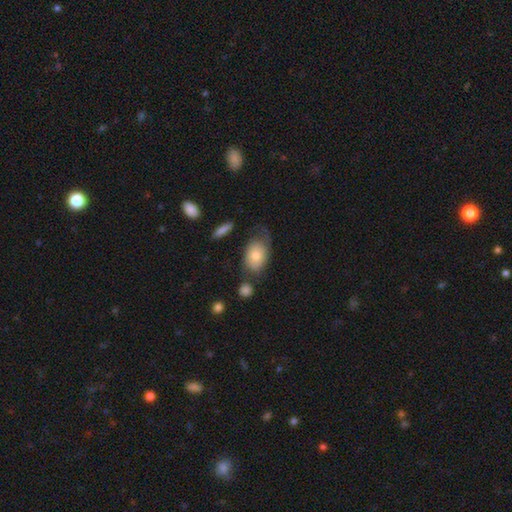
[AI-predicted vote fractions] Q: Smooth or featured?
A: smooth (69%); runner-up: featured or disk (24%)
Q: How rounded?
A: in between (82%); runner-up: round (16%)
Q: Merging?
A: none (41%); runner-up: minor disturbance (30%)